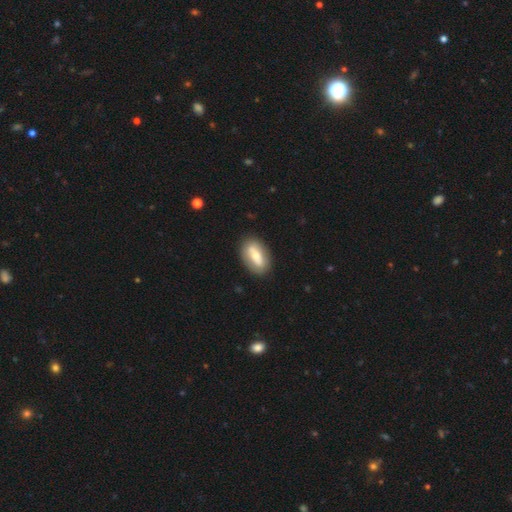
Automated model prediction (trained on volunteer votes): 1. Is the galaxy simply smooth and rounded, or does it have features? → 51% smooth, 43% featured or disk, 6% star or artifact.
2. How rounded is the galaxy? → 87% in between, 7% cigar-shaped, 5% round.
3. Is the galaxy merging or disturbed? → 82% none, 12% minor disturbance, 3% major disturbance, 3% merger.